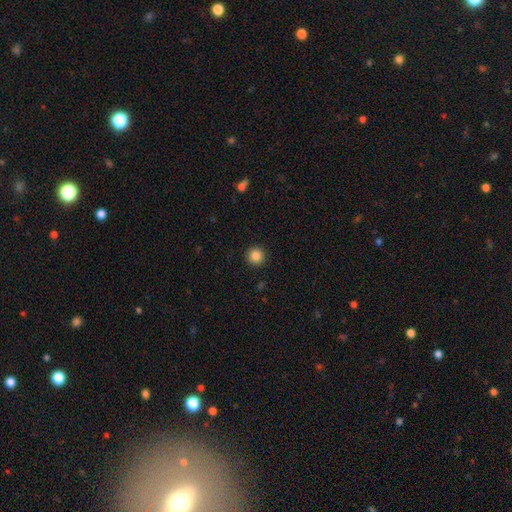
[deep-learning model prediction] This is clearly a smooth galaxy (86%). How rounded: clearly round (96%). Merging: clearly none (93%).